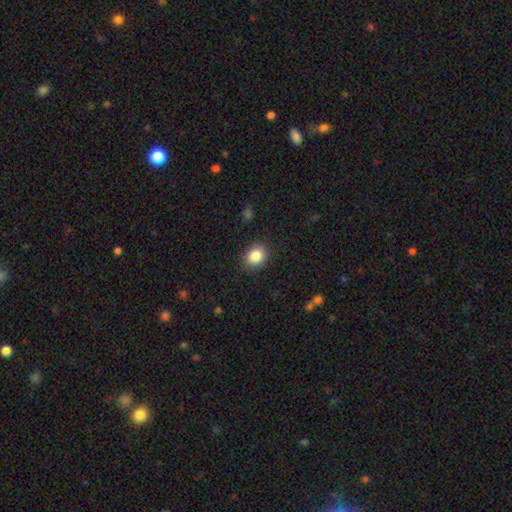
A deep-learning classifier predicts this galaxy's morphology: smooth-or-featured: smooth: 86% | star or artifact: 9% | featured or disk: 5%
  how-rounded: in between: 52% | round: 47% | cigar-shaped: 1%
  merging: none: 88% | minor disturbance: 9% | major disturbance: 3% | merger: 1%